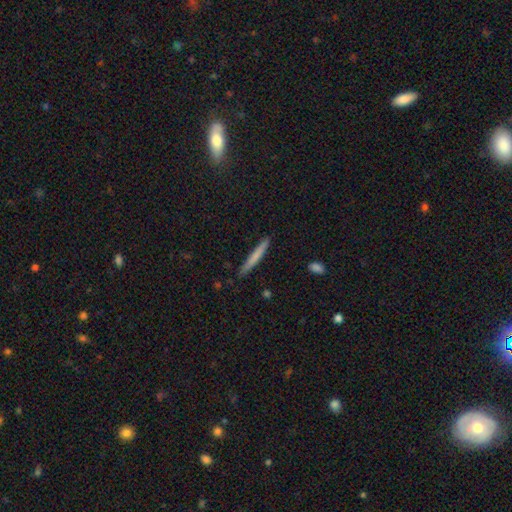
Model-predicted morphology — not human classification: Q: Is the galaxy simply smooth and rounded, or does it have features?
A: smooth — 70%.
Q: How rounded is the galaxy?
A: cigar-shaped — 96%.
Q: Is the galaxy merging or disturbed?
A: none — 89%.